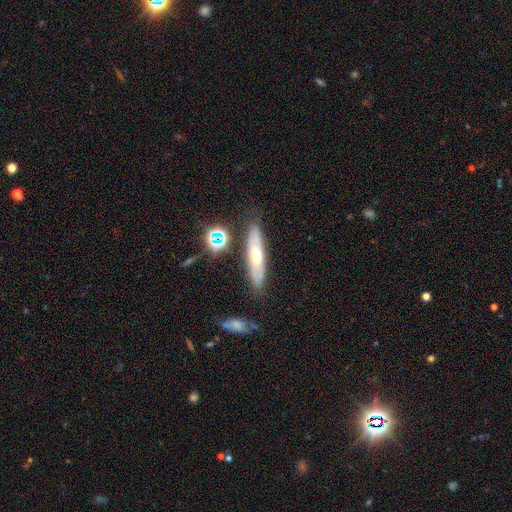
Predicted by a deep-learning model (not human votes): Q: Smooth or featured?
A: featured or disk (51%); runner-up: smooth (39%)
Q: Edge-on disk?
A: yes (64%); runner-up: no (36%)
Q: Merging?
A: none (81%); runner-up: minor disturbance (12%)